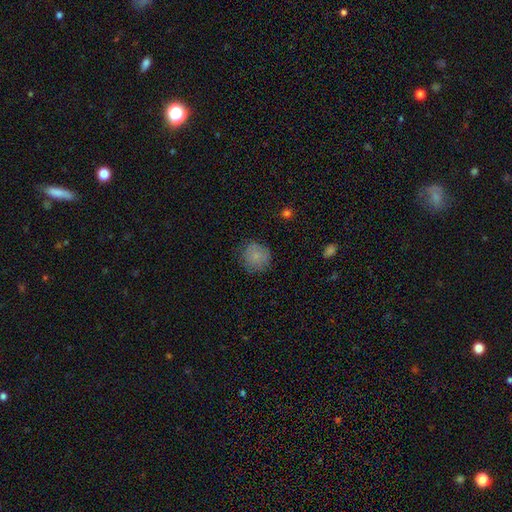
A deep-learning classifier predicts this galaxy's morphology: The model was most divided on "merging": none: 78%, minor disturbance: 17%, major disturbance: 4%, merger: 1%. More confident: how rounded — round (90%); smooth or featured — smooth (80%).